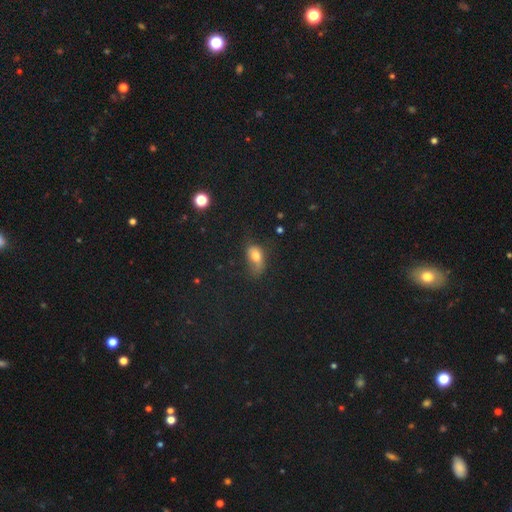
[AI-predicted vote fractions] Overall: smooth (73%). How rounded: in between (82%). Merging: none (35%; minor disturbance 33%).